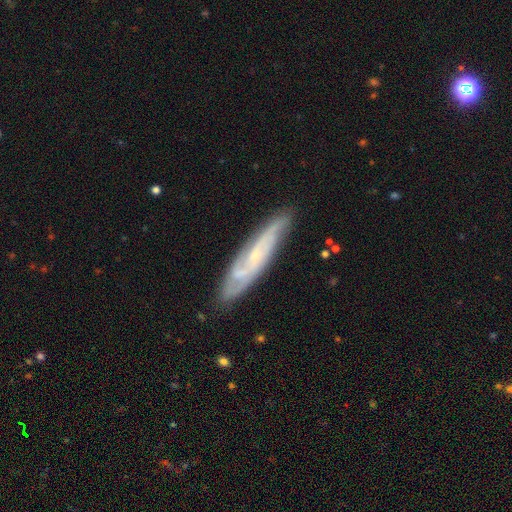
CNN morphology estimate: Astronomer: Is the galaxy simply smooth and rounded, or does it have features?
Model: featured or disk — 79%.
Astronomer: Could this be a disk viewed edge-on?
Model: no — 74%.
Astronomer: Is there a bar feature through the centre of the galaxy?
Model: no — 59%.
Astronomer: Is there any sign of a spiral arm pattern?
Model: yes — 95%.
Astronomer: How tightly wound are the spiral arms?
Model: tight — 46% (runner-up: medium, 41%).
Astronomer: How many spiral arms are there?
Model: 2 — 38% (runner-up: can't tell, 29%).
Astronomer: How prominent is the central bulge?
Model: small — 77%.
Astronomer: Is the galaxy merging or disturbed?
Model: none — 80%.